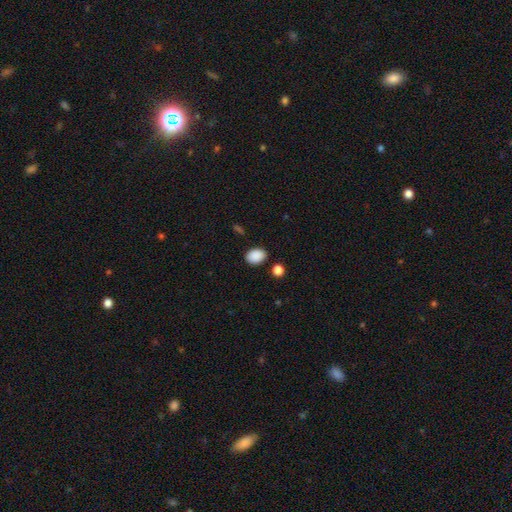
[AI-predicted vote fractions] smooth-or-featured: smooth: 89% | star or artifact: 8% | featured or disk: 3%
  how-rounded: in between: 73% | round: 26% | cigar-shaped: 1%
  merging: none: 85% | minor disturbance: 9% | merger: 3% | major disturbance: 3%